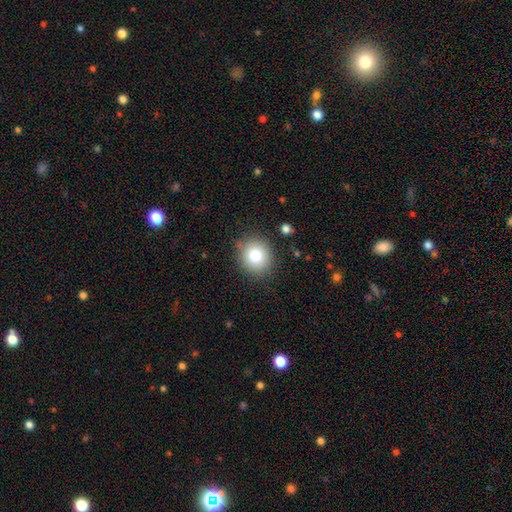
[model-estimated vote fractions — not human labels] Q: Smooth or featured?
A: smooth (81%); runner-up: star or artifact (10%)
Q: How rounded?
A: round (79%); runner-up: in between (20%)
Q: Merging?
A: none (84%); runner-up: minor disturbance (11%)